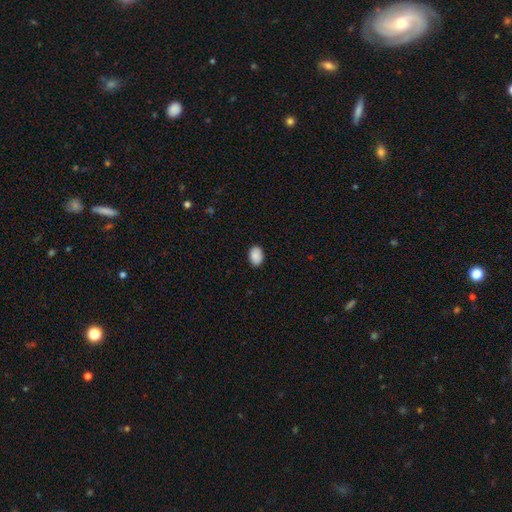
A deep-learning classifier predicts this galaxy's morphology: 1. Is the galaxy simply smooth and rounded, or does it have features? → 89% smooth, 7% star or artifact, 4% featured or disk.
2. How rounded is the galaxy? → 81% in between, 18% round, 1% cigar-shaped.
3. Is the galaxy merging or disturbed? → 87% none, 10% minor disturbance, 2% major disturbance, 1% merger.